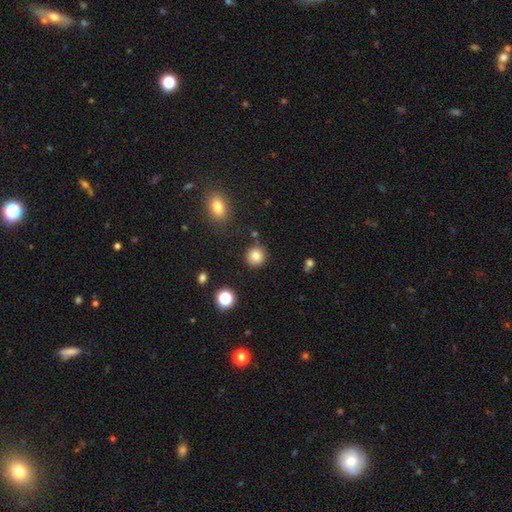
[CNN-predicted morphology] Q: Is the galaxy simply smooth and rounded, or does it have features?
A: smooth — 83%.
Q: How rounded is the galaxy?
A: round — 91%.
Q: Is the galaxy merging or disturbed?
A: none — 87%.